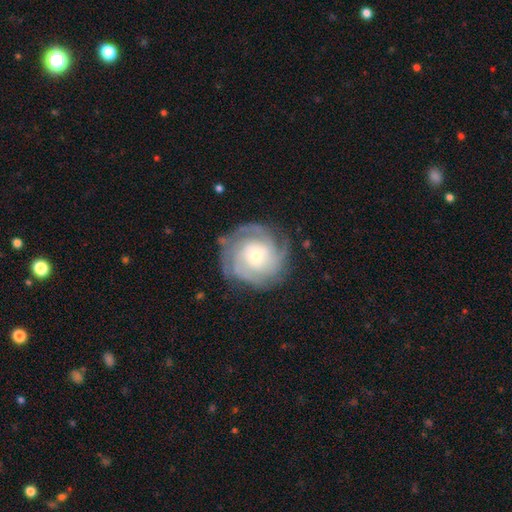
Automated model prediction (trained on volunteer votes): Smooth or featured? Predicted: featured or disk (p=0.83). Edge-on disk? Predicted: no (p=0.98). Bar? Predicted: no (p=0.72). Spiral arms? Predicted: yes (p=0.96). Spiral winding? Predicted: tight (p=0.71). Spiral arm count? Predicted: 3 (p=0.29). Bulge size? Predicted: moderate (p=0.52). Merging? Predicted: none (p=0.78).